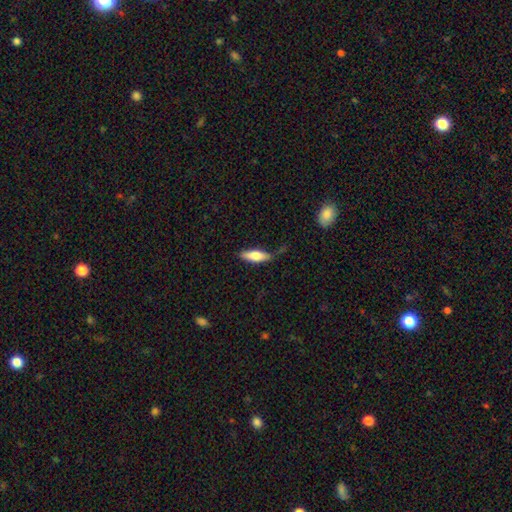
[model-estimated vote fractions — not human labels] Q: Smooth or featured?
A: smooth (72%); runner-up: featured or disk (22%)
Q: How rounded?
A: in between (56%); runner-up: cigar-shaped (42%)
Q: Merging?
A: none (61%); runner-up: minor disturbance (26%)